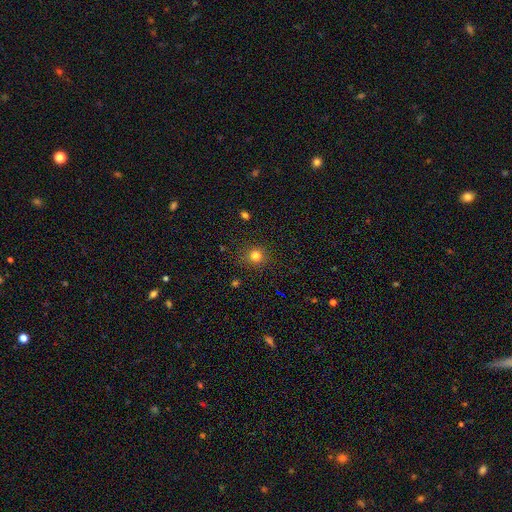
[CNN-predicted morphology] smooth 79%, star or artifact 15%, featured or disk 6%. Down the decision tree: how rounded — round (90%); merging — none (88%).